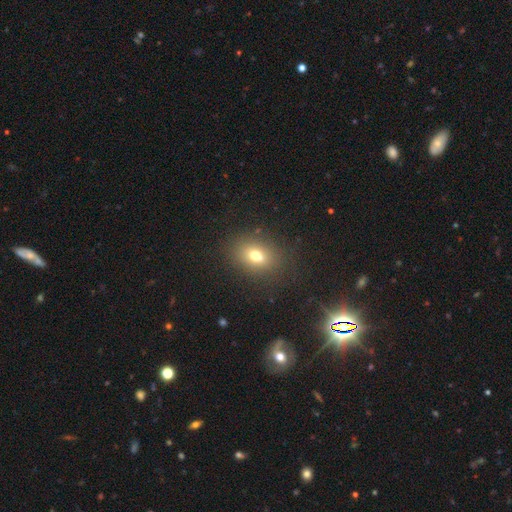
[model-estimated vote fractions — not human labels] Smooth or featured? smooth (71%)
How rounded? in between (66%)
Merging? none (82%)